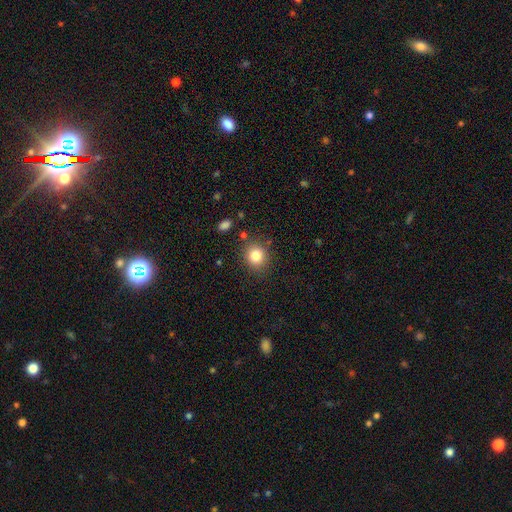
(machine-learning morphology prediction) smooth_or_featured: smooth (p=0.82) [alt: star or artifact p=0.11]
how_rounded: round (p=0.80) [alt: in between p=0.19]
merging: none (p=0.84) [alt: minor disturbance p=0.10]